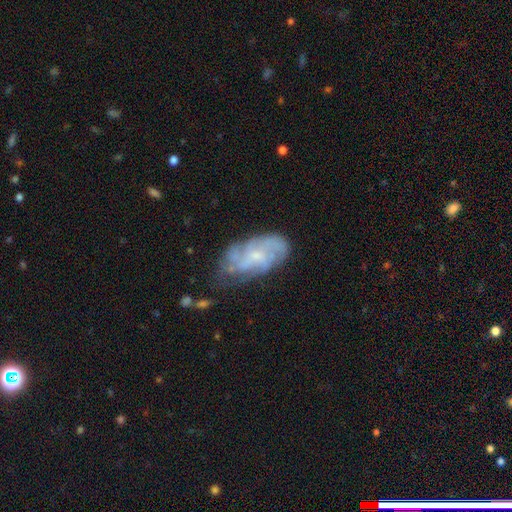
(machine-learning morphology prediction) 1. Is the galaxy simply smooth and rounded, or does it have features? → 70% featured or disk, 22% smooth, 8% star or artifact.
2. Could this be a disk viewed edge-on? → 95% no, 5% yes.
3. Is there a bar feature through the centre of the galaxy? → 65% no, 31% weak, 5% strong.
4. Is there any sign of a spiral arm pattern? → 86% yes, 14% no.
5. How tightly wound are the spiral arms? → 42% tight, 41% medium, 18% loose.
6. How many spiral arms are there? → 40% can't tell, 20% 4, 18% 3, 12% 2, 5% more than 4, 5% 1.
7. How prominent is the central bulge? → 65% small, 23% moderate, 10% none, 1% large, 1% dominant.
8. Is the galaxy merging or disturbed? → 62% none, 26% minor disturbance, 10% major disturbance, 3% merger.